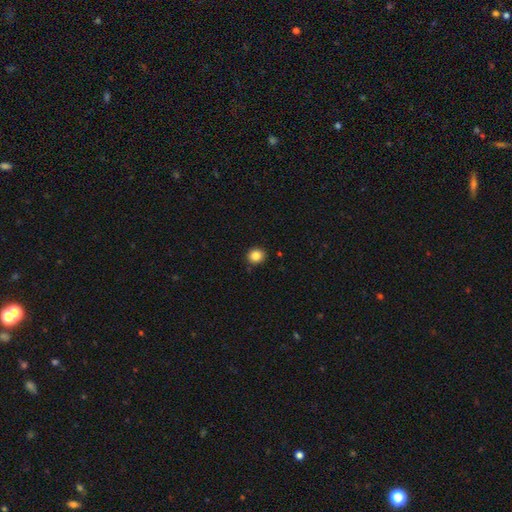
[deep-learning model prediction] Smooth or featured? smooth (85%)
How rounded? round (84%)
Merging? none (89%)